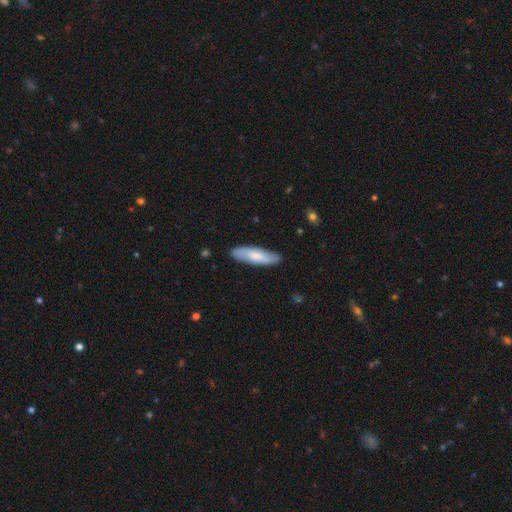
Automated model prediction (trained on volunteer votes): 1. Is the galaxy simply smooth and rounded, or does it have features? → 71% smooth, 23% featured or disk, 5% star or artifact.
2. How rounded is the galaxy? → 58% cigar-shaped, 41% in between, 2% round.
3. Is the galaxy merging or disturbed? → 87% none, 11% minor disturbance, 2% major disturbance, 1% merger.